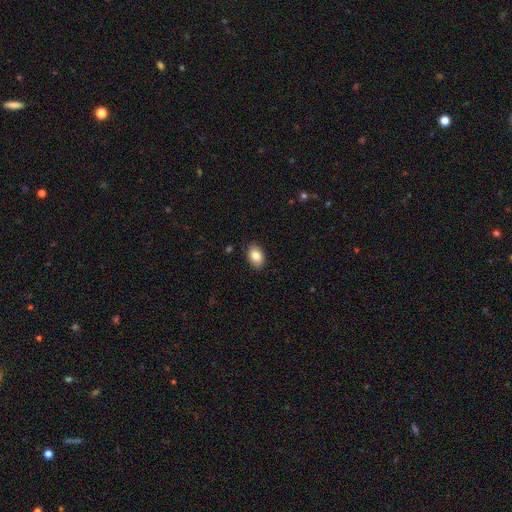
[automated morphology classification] Overall: smooth (84%). How rounded: in between (87%). Merging: none (88%).